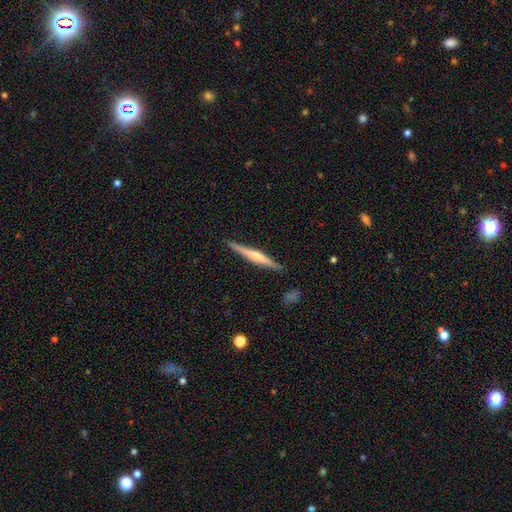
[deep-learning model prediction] smooth-or-featured: featured or disk: 66% | smooth: 28% | star or artifact: 5%
  disk-edge-on: yes: 98% | no: 2%
    edge-on-bulge: rounded: 73% | none: 17% | boxy: 10%
  merging: none: 89% | minor disturbance: 8% | major disturbance: 2% | merger: 1%